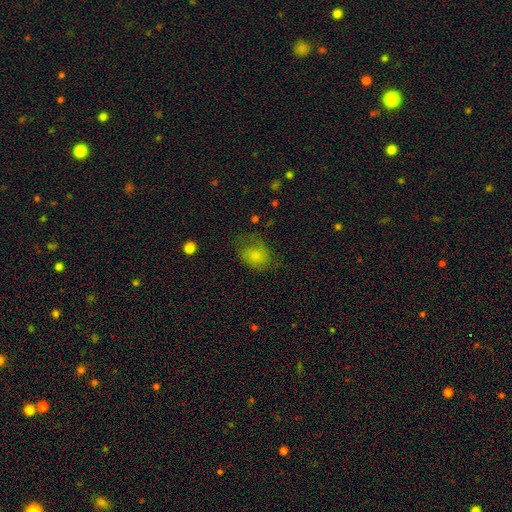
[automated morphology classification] A smooth galaxy with no disk features (73%) that is in between round and cigar-shaped (60%). Merging: none (45%).